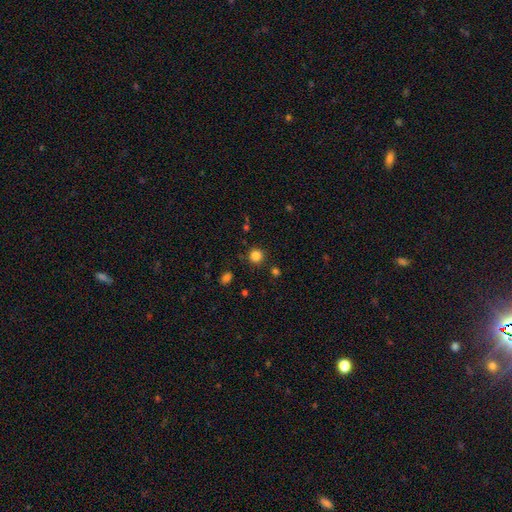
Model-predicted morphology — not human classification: This is clearly a smooth galaxy (83%). How rounded: clearly round (92%). Merging: clearly none (88%).